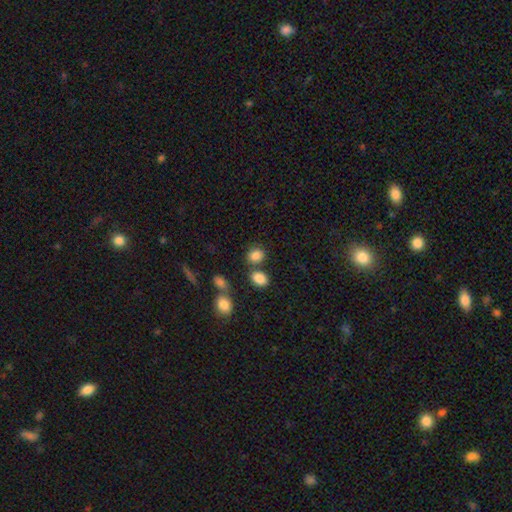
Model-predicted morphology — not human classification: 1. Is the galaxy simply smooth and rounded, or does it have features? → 84% smooth, 10% star or artifact, 6% featured or disk.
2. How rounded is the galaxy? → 59% round, 40% in between, 1% cigar-shaped.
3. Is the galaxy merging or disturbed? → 66% none, 20% merger, 10% minor disturbance, 4% major disturbance.